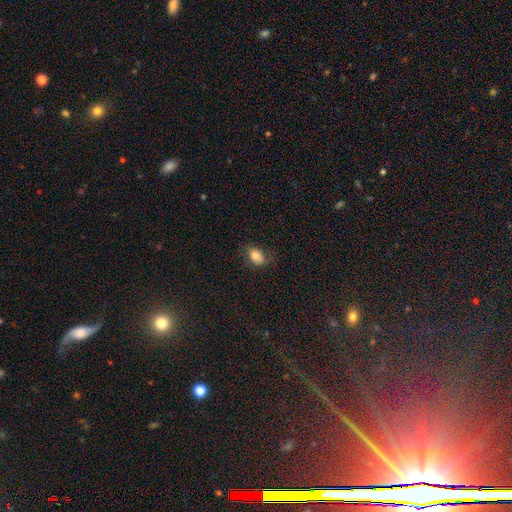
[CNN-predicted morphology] Q: Smooth or featured?
A: smooth (79%); runner-up: featured or disk (11%)
Q: How rounded?
A: in between (83%); runner-up: round (15%)
Q: Merging?
A: none (67%); runner-up: minor disturbance (23%)